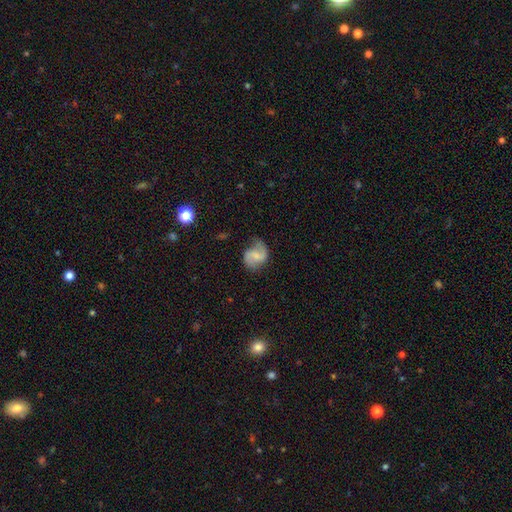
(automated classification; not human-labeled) Q: Smooth or featured?
A: featured or disk (74%); runner-up: smooth (19%)
Q: Edge-on disk?
A: no (98%); runner-up: yes (2%)
Q: Bar?
A: weak (51%); runner-up: no (31%)
Q: Spiral arms?
A: yes (94%); runner-up: no (6%)
Q: Spiral winding?
A: loose (44%); runner-up: medium (43%)
Q: Spiral arm count?
A: 2 (87%); runner-up: 1 (6%)
Q: Bulge size?
A: small (49%); runner-up: moderate (26%)
Q: Merging?
A: none (67%); runner-up: minor disturbance (22%)